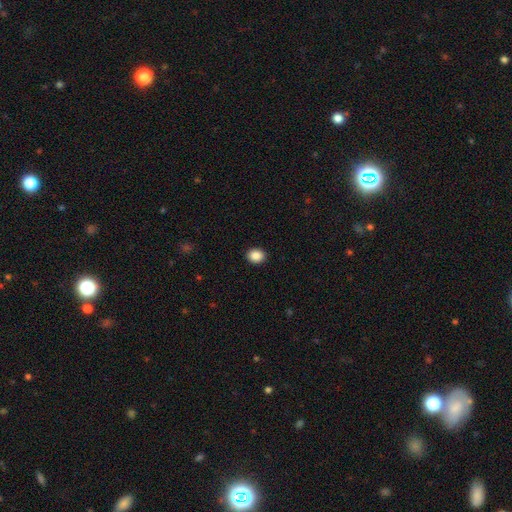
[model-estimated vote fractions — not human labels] Smooth or featured? smooth (88%)
How rounded? round (56%)
Merging? none (92%)